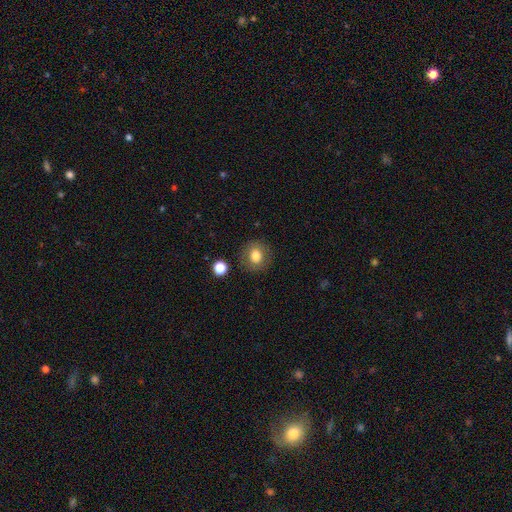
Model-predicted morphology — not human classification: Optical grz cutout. It shows a smooth galaxy with no disk features (78%) that is round (83%). Merging: none (87%).